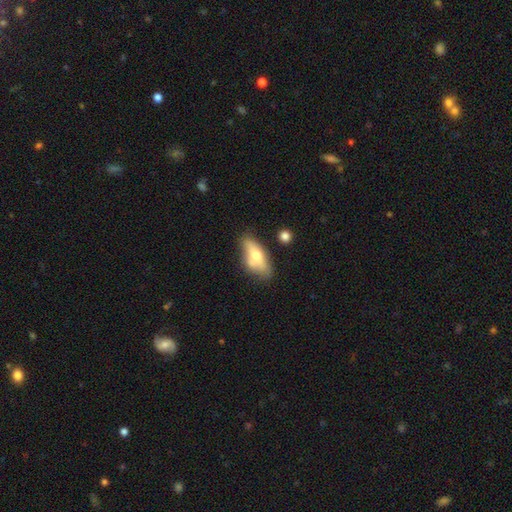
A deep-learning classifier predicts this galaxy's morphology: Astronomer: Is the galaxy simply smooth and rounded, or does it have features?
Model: smooth — 54% (runner-up: featured or disk, 39%).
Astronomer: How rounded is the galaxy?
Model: in between — 75%.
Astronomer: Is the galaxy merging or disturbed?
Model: none — 56%.